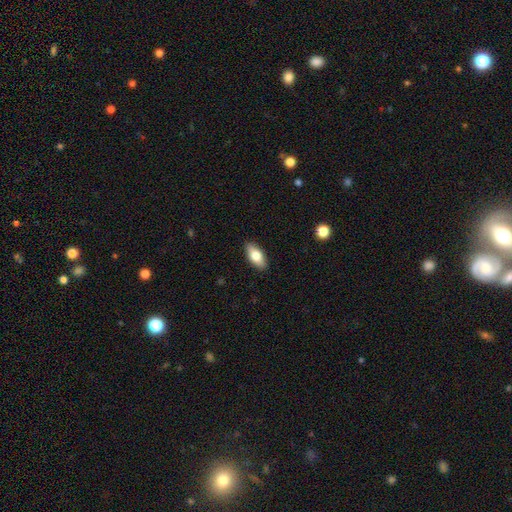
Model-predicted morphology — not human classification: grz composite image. It shows a smooth galaxy with no disk features (75%) that is in between round and cigar-shaped (87%). Merging: none (89%).